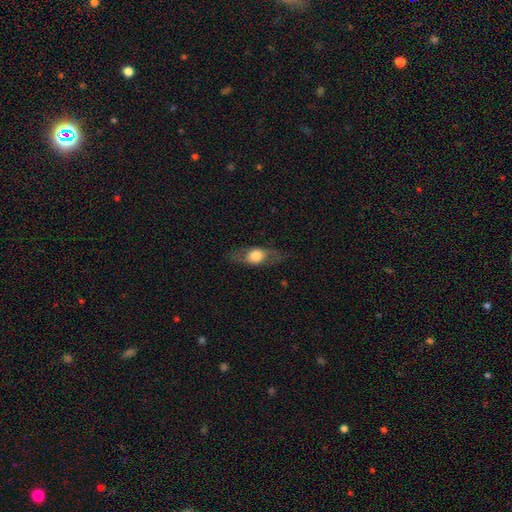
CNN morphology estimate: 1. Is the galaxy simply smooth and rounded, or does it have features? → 54% smooth, 39% featured or disk, 7% star or artifact.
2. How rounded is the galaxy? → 63% in between, 21% round, 17% cigar-shaped.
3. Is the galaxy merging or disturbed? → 76% none, 15% minor disturbance, 8% major disturbance, 1% merger.